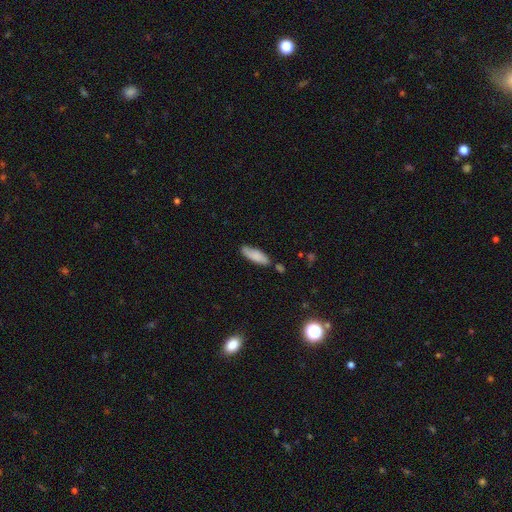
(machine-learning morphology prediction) type=smooth (82%); roundness=in between (54%); merging=none (73%).